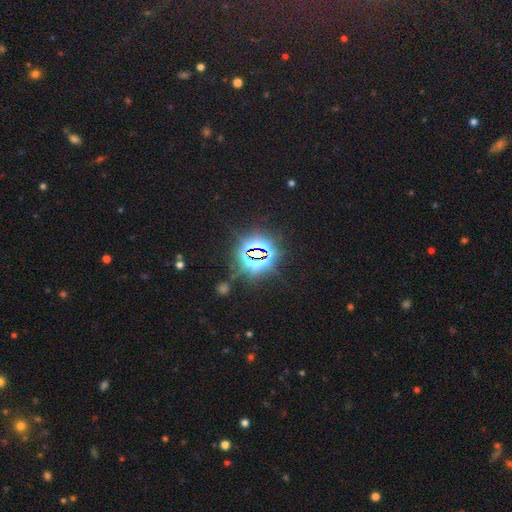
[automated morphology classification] This appears to be a star or artifact, not a galaxy (82%).